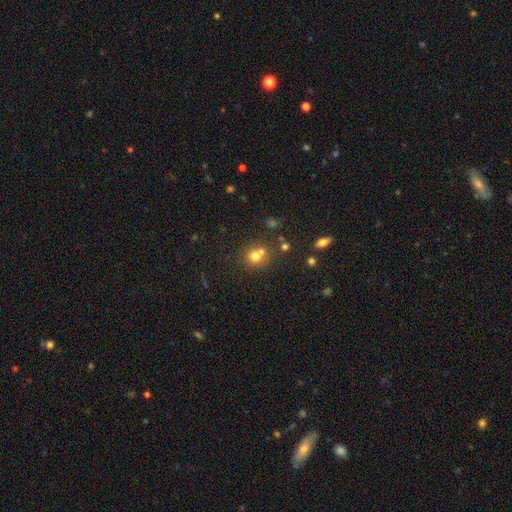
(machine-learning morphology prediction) Smooth or featured? Predicted: smooth (p=0.73). How rounded? Predicted: round (p=0.83). Merging? Predicted: none (p=0.51).